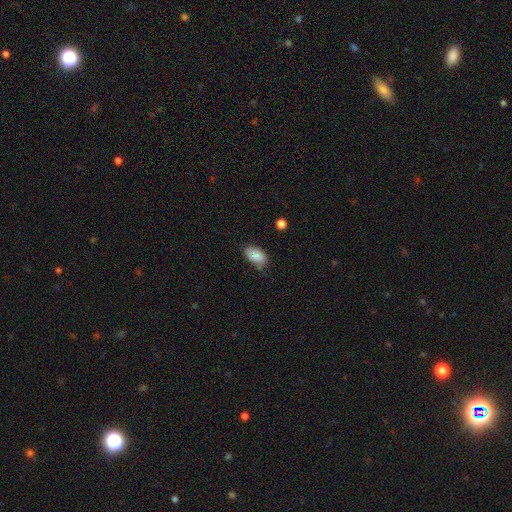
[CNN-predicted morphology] Smooth or featured? smooth (81%)
How rounded? in between (93%)
Merging? none (59%)